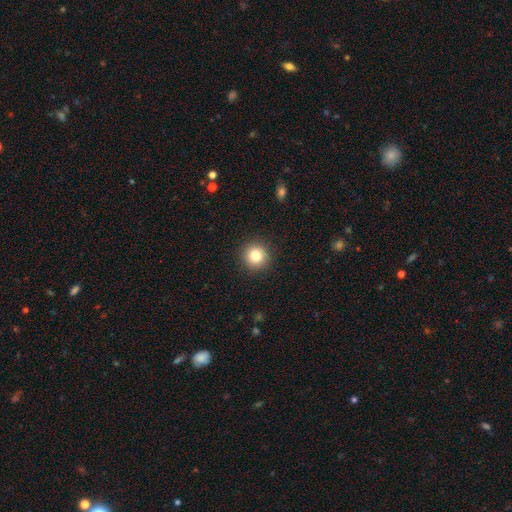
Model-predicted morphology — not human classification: A smooth galaxy with no disk features (81%) that is round (95%).

Vote fractions:
- Smooth or featured? smooth: 81% / star or artifact: 11% / featured or disk: 8%
- How rounded? round: 95% / in between: 4% / cigar-shaped: 1%
- Merging? none: 92% / minor disturbance: 5% / major disturbance: 2% / merger: 1%